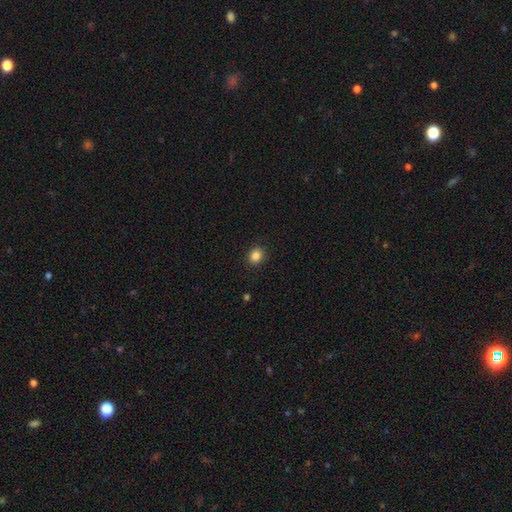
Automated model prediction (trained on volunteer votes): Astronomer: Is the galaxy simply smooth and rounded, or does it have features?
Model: smooth — 85%.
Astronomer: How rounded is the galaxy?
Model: round — 61% (runner-up: in between, 38%).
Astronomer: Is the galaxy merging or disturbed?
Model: none — 90%.